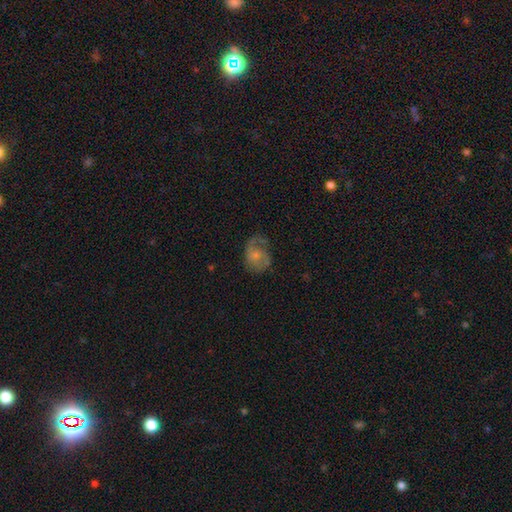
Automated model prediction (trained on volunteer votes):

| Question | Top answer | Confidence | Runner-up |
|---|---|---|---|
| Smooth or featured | featured or disk | 54% | smooth (38%) |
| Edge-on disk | no | 97% | yes (3%) |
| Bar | no | 73% | weak (24%) |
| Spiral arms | yes | 77% | no (23%) |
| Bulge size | small | 53% | moderate (32%) |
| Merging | none | 45% | minor disturbance (26%) |